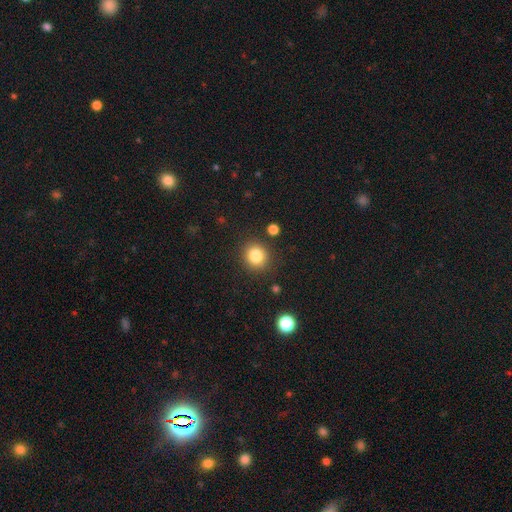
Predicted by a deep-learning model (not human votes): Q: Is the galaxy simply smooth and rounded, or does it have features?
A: smooth — 83%.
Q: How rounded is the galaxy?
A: round — 88%.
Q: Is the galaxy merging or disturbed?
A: none — 87%.